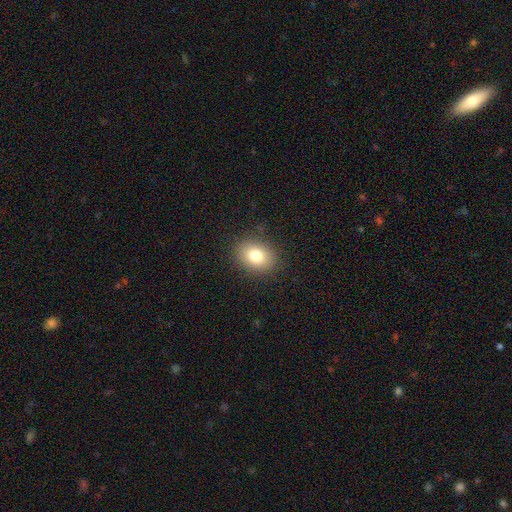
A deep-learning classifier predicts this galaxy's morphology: Overall: smooth (80%). How rounded: in between (58%; round 41%). Merging: none (88%).